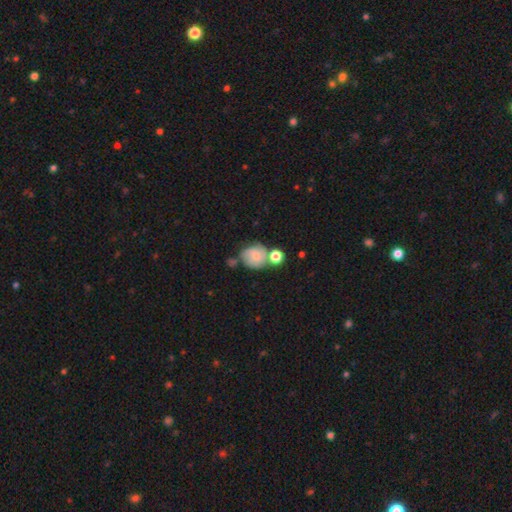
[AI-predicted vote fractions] A smooth galaxy with no disk features (46%).

Vote fractions:
- Smooth or featured? smooth: 46% / featured or disk: 45% / star or artifact: 10%
- Merging? none: 45% / merger: 27% / minor disturbance: 20% / major disturbance: 8%